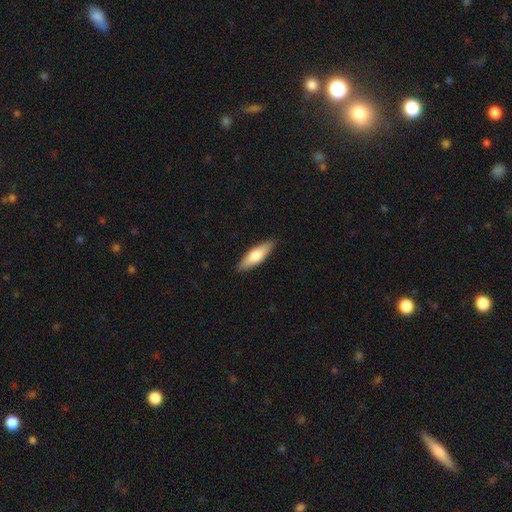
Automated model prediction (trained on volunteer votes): smooth_or_featured: smooth (p=0.67) [alt: featured or disk p=0.27]
how_rounded: cigar-shaped (p=0.54) [alt: in between p=0.44]
merging: none (p=0.89) [alt: minor disturbance p=0.09]